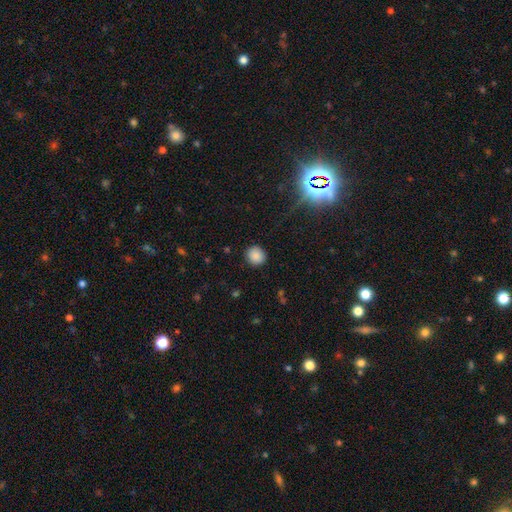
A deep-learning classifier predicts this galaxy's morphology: smooth 87%, star or artifact 9%, featured or disk 3%. Down the decision tree: how rounded — round (84%); merging — none (89%).